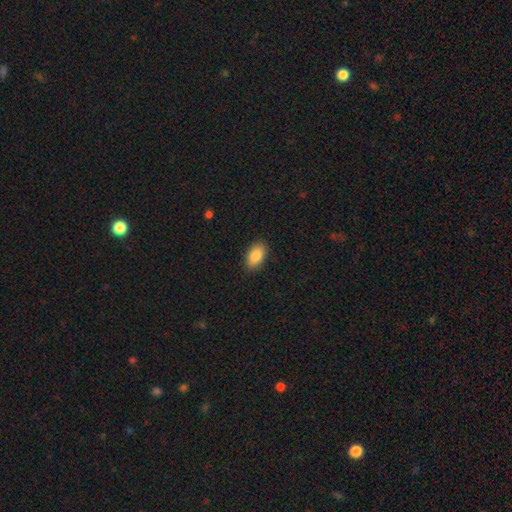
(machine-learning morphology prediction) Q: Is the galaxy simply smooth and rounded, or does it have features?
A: smooth — 87%.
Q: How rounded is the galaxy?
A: in between — 93%.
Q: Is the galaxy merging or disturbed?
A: none — 88%.